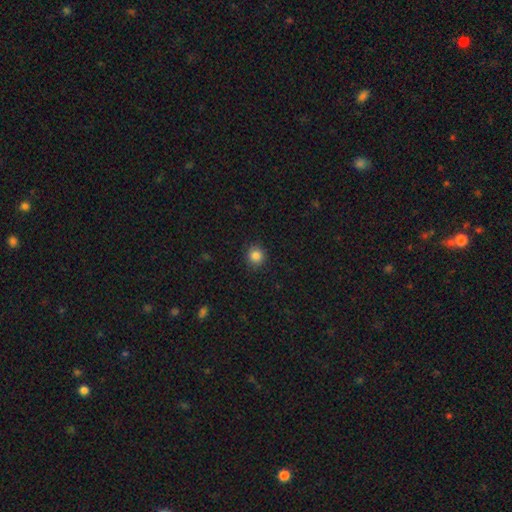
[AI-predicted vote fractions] Q: Smooth or featured?
A: smooth (85%); runner-up: star or artifact (11%)
Q: How rounded?
A: round (91%); runner-up: in between (8%)
Q: Merging?
A: none (89%); runner-up: minor disturbance (8%)